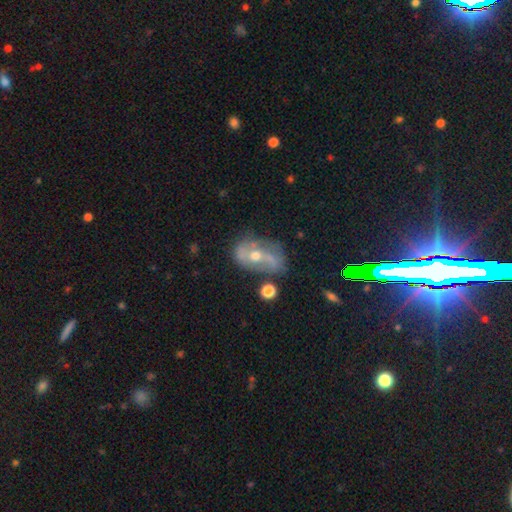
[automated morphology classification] This is likely a featured or disk galaxy (70%). It is clearly not viewed edge-on (93%). Bar: possibly no (48%). Spiral arm pattern: likely yes (74%). Central bulge: likely moderate (64%). Merging: possibly none (56%).